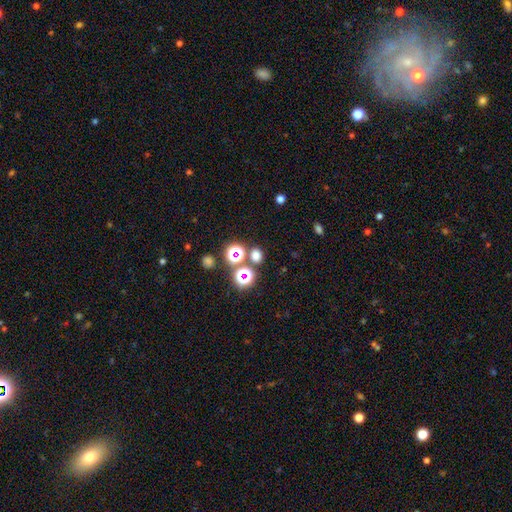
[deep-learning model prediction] smooth_or_featured: smooth (p=0.62) [alt: star or artifact p=0.32]
how_rounded: round (p=0.77) [alt: in between p=0.22]
merging: none (p=0.75) [alt: merger p=0.14]